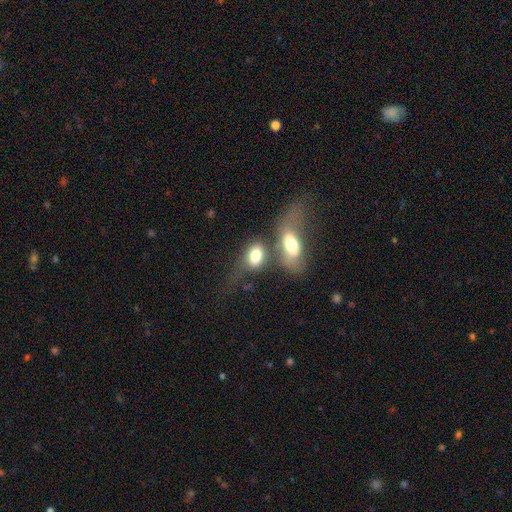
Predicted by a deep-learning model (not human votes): Overall: smooth (74%). How rounded: in between (80%). Merging: merger (50%; none 25%).